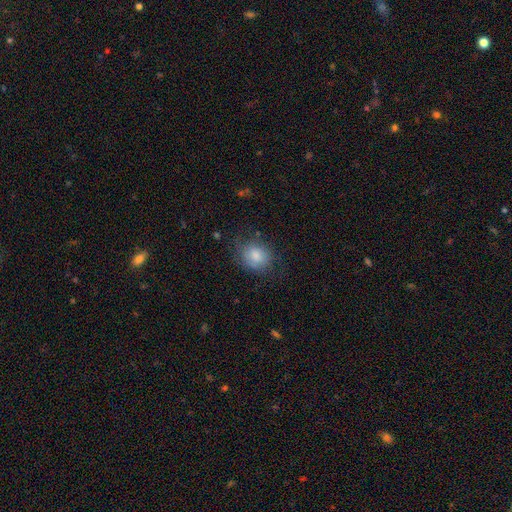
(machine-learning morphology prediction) Smooth or featured? smooth (78%)
How rounded? round (57%)
Merging? none (63%)